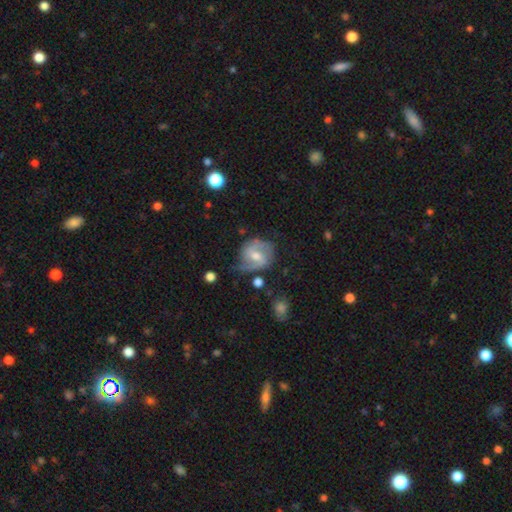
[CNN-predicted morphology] Smooth or featured? Predicted: featured or disk (p=0.73). Edge-on disk? Predicted: no (p=0.97). Bar? Predicted: weak (p=0.52). Spiral arms? Predicted: yes (p=0.90). Spiral winding? Predicted: medium (p=0.47). Spiral arm count? Predicted: 2 (p=0.82). Bulge size? Predicted: moderate (p=0.63). Merging? Predicted: none (p=0.64).